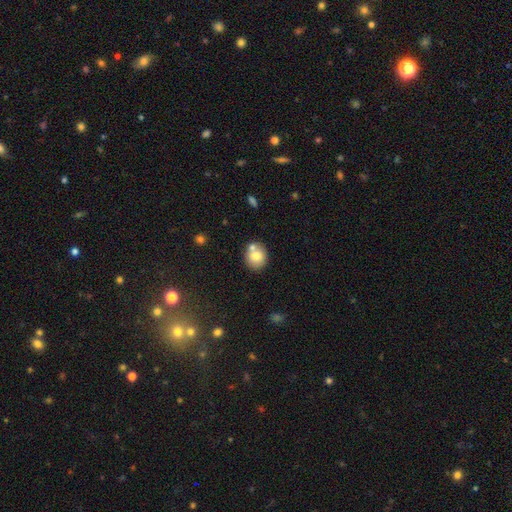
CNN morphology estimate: Overall: smooth (74%). How rounded: round (78%). Merging: none (63%).